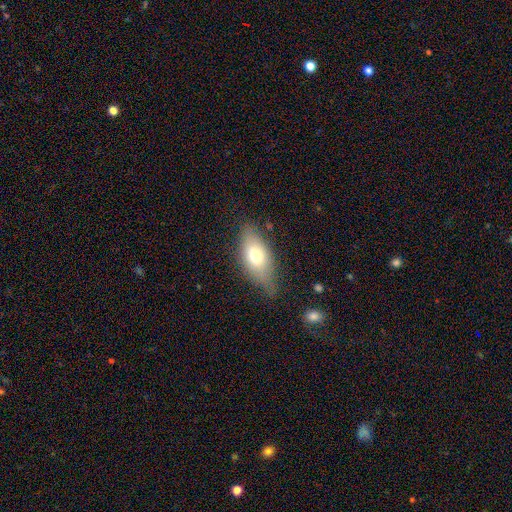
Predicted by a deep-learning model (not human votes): Overall: smooth (68%). How rounded: in between (84%). Merging: none (65%; minor disturbance 25%).